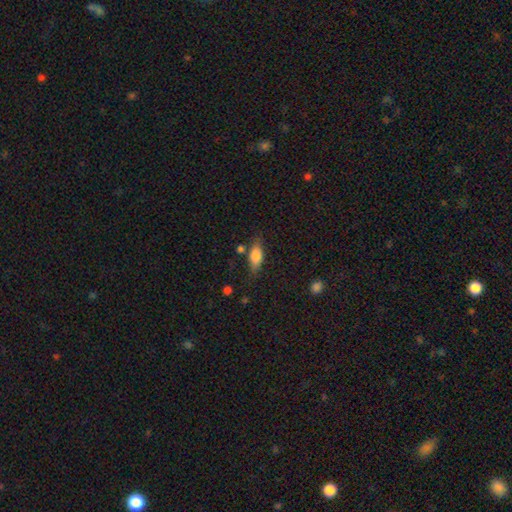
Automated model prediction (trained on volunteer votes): smooth-or-featured: smooth: 75% | featured or disk: 17% | star or artifact: 8%
  how-rounded: in between: 74% | cigar-shaped: 22% | round: 4%
  merging: none: 69% | minor disturbance: 20% | major disturbance: 6% | merger: 6%